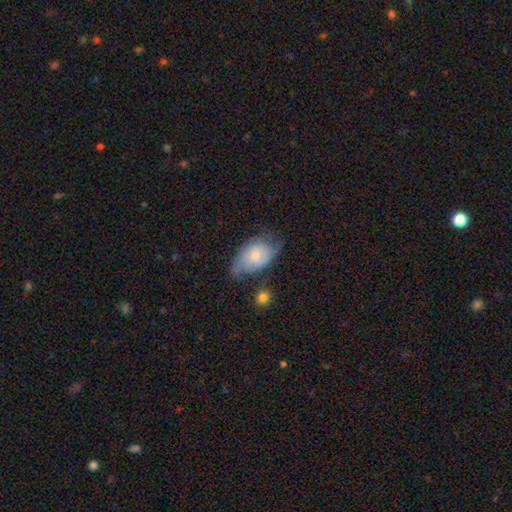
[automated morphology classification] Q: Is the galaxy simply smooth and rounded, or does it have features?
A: smooth — 60%.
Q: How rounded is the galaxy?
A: in between — 87%.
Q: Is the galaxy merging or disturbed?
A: minor disturbance — 39%.